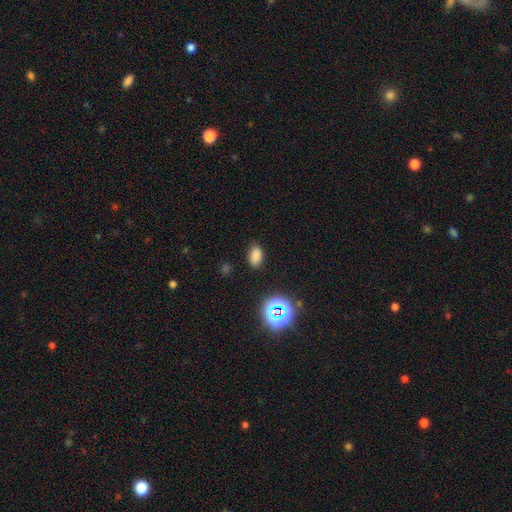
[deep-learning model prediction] A smooth galaxy with no disk features (77%) that is in between round and cigar-shaped (88%). Merging: none (83%).